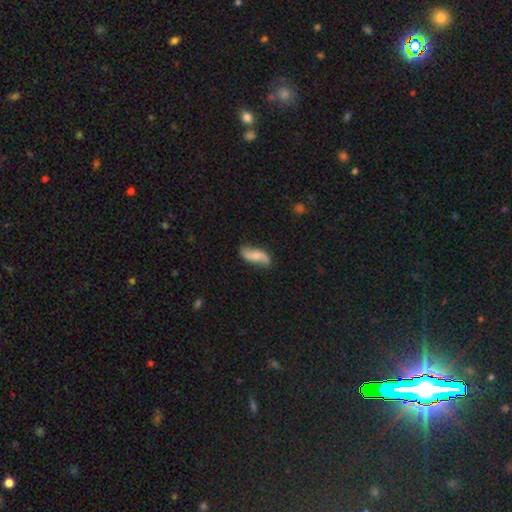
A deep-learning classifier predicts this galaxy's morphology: A smooth galaxy with no disk features (48%).

Vote fractions:
- Smooth or featured? smooth: 48% / featured or disk: 46% / star or artifact: 7%
- Merging? none: 74% / minor disturbance: 20% / major disturbance: 5% / merger: 2%